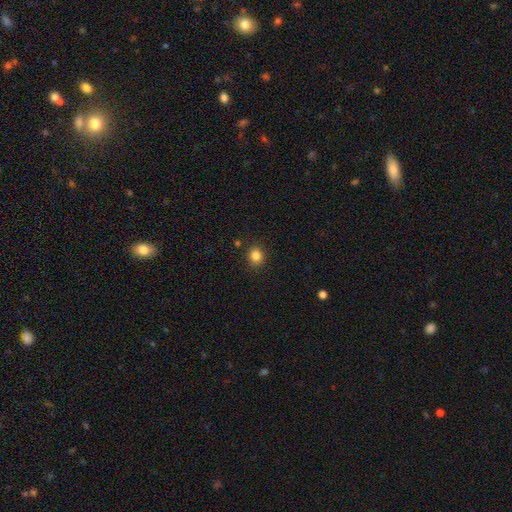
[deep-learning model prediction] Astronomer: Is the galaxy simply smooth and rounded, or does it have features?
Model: smooth — 83%.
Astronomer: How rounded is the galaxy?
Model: round — 76%.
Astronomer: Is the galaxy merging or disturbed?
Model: none — 88%.